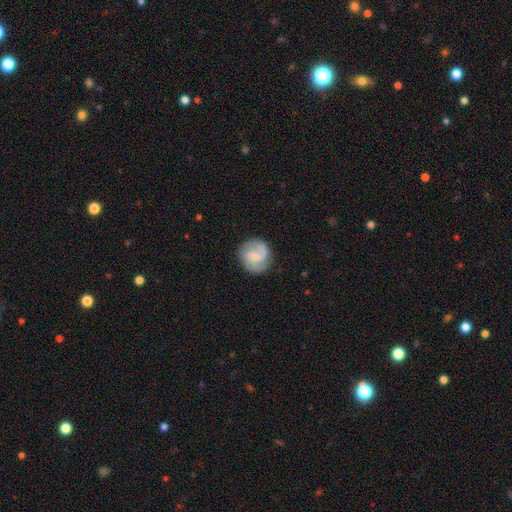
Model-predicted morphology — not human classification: Smooth or featured?
  - featured or disk: 60% *
  - smooth: 33%
  - star or artifact: 7%
Edge-on disk?
  - no: 98% *
  - yes: 2%
Bar?
  - weak: 50% *
  - no: 38%
  - strong: 12%
Spiral arms?
  - yes: 93% *
  - no: 7%
Spiral winding?
  - medium: 47% *
  - loose: 28%
  - tight: 25%
Spiral arm count?
  - 2: 79% *
  - can't tell: 8%
  - 1: 7%
  - 3: 4%
  - 4: 1%
  - more than 4: 1%
Bulge size?
  - none: 41% *
  - small: 38%
  - moderate: 17%
  - large: 3%
  - dominant: 1%
Merging?
  - none: 81% *
  - minor disturbance: 13%
  - major disturbance: 5%
  - merger: 1%